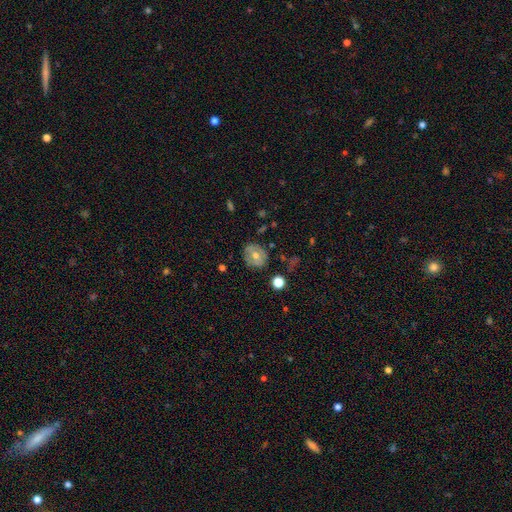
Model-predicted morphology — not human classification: Overall: featured or disk (47%; smooth 44%). Merging: none (79%).